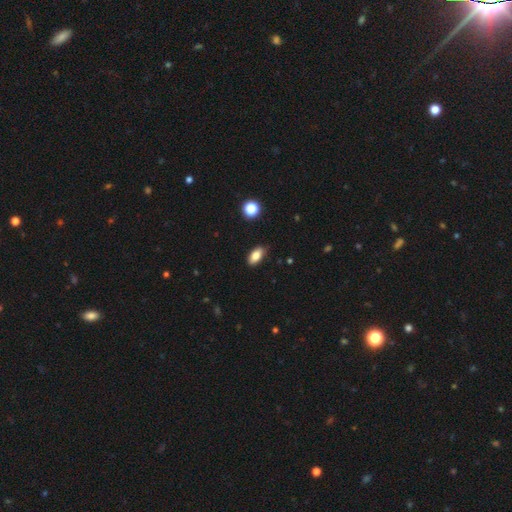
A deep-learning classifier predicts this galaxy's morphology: This appears to be a smooth galaxy with no disk features (82%) that is in between round and cigar-shaped (90%). Merging: none (83%).